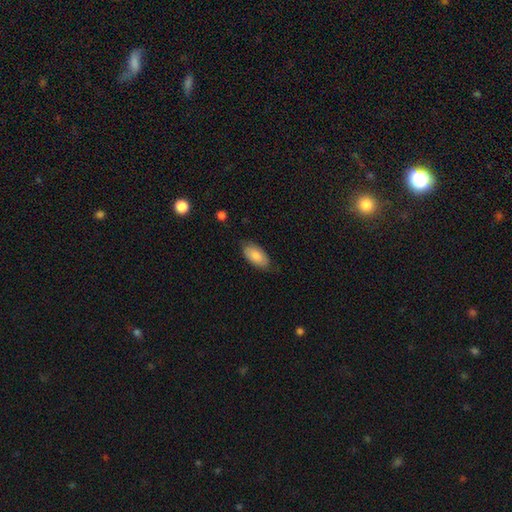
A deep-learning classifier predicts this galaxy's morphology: Overall: smooth (84%). How rounded: in between (93%). Merging: none (76%).